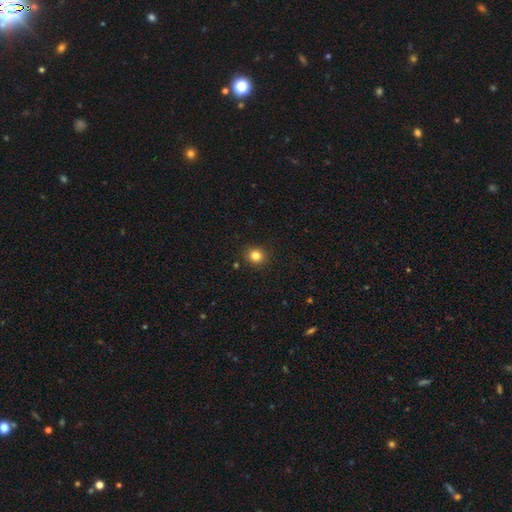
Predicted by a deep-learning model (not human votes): Smooth or featured: smooth — 82% (star or artifact — 12%)
How rounded: round — 84% (in between — 15%)
Merging: none — 90% (minor disturbance — 7%)